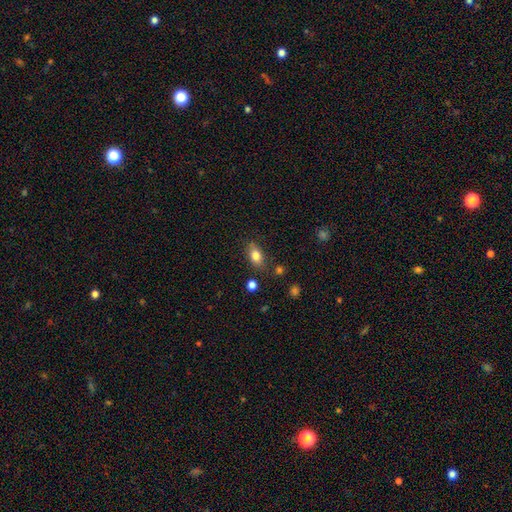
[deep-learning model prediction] Smooth or featured?
  - smooth: 81% *
  - featured or disk: 10%
  - star or artifact: 9%
How rounded?
  - in between: 83% *
  - round: 12%
  - cigar-shaped: 5%
Merging?
  - none: 80% *
  - minor disturbance: 14%
  - merger: 3%
  - major disturbance: 3%